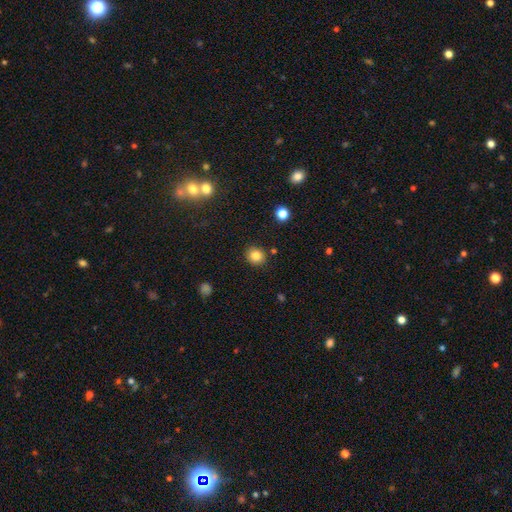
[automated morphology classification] Smooth or featured? Predicted: smooth (p=0.83). How rounded? Predicted: round (p=0.83). Merging? Predicted: none (p=0.87).